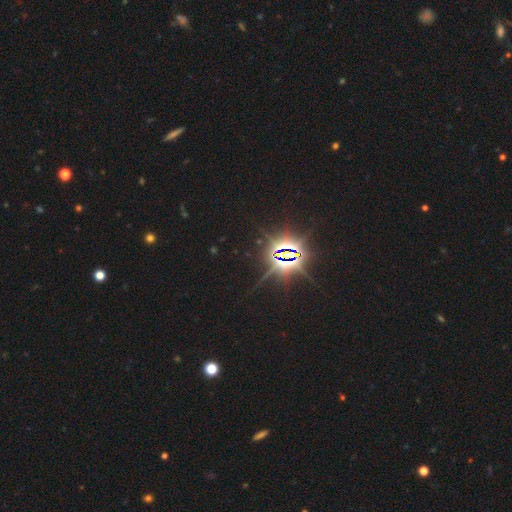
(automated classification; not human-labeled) The model was most divided on "smooth or featured": star or artifact: 86%, smooth: 8%, featured or disk: 6%.